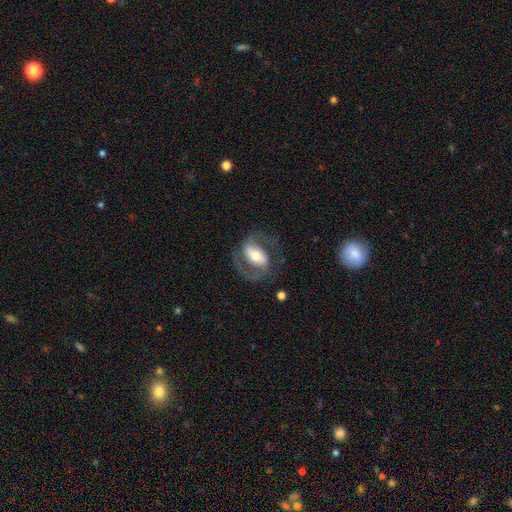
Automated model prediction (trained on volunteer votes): featured or disk 75%, smooth 20%, star or artifact 6%. Down the decision tree: edge-on disk — no (95%); bar — strong (45%); spiral arms — yes (83%); spiral arm count — 2 (86%); spiral winding — medium (53%); bulge size — moderate (63%); merging — none (68%).